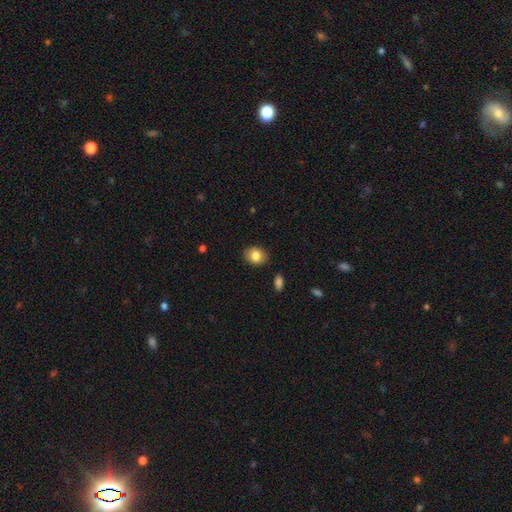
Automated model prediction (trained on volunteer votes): Q: Smooth or featured?
A: smooth (81%); runner-up: featured or disk (11%)
Q: How rounded?
A: in between (64%); runner-up: round (35%)
Q: Merging?
A: none (86%); runner-up: minor disturbance (11%)